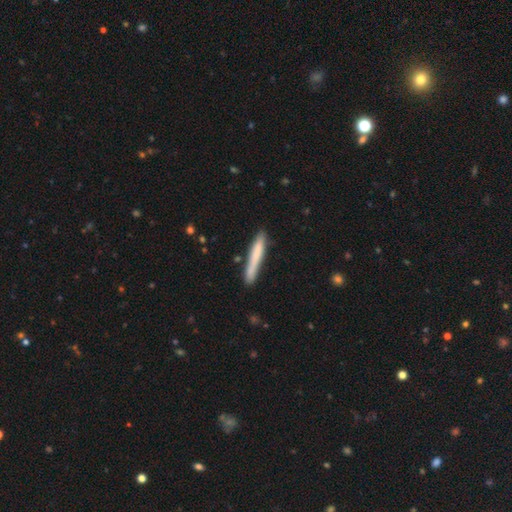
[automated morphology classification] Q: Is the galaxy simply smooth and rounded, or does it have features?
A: smooth — 73%.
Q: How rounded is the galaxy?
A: cigar-shaped — 95%.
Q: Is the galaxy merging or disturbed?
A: none — 79%.